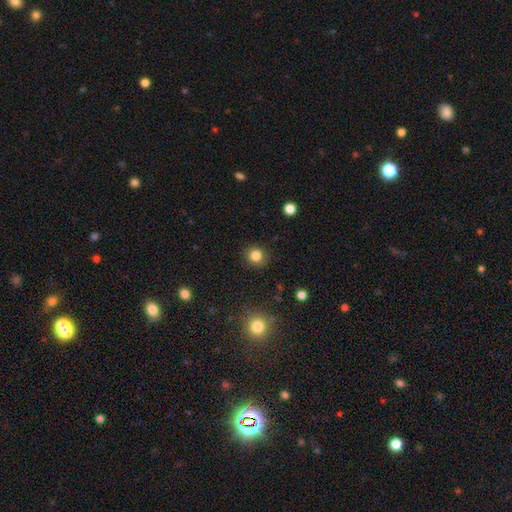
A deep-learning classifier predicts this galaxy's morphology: A smooth galaxy with no disk features (83%) that is round (90%). Merging: none (89%).